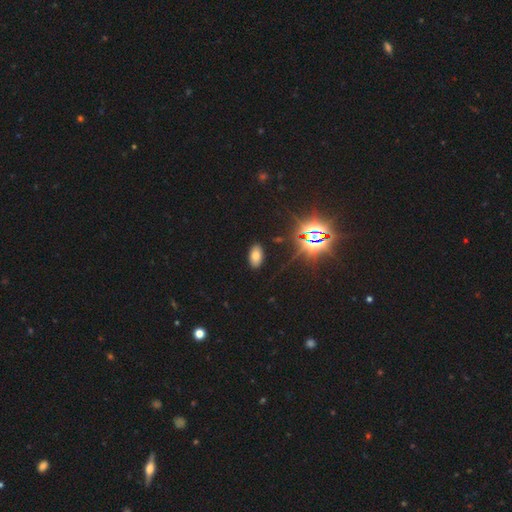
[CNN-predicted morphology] smooth-or-featured: smooth: 62% | star or artifact: 27% | featured or disk: 11%
  how-rounded: in between: 93% | round: 4% | cigar-shaped: 3%
  merging: none: 89% | minor disturbance: 7% | major disturbance: 2% | merger: 1%